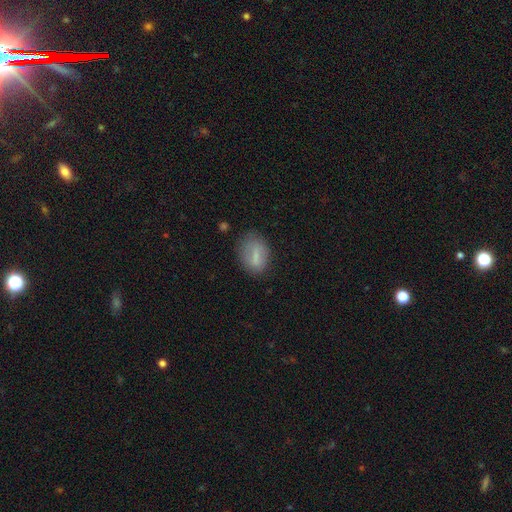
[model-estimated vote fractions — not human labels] Q: Smooth or featured?
A: smooth (66%); runner-up: featured or disk (26%)
Q: How rounded?
A: in between (76%); runner-up: round (20%)
Q: Merging?
A: none (69%); runner-up: minor disturbance (21%)